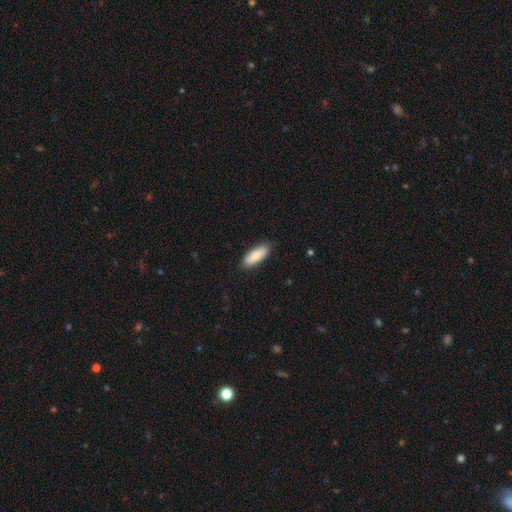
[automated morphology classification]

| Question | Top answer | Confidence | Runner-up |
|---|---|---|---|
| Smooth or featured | smooth | 79% | featured or disk (15%) |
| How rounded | in between | 70% | cigar-shaped (28%) |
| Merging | none | 87% | minor disturbance (10%) |